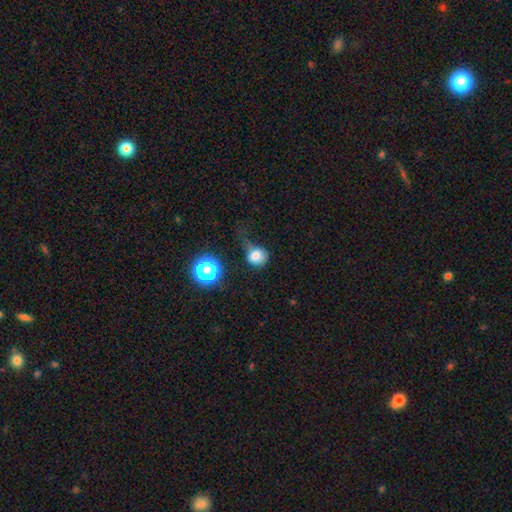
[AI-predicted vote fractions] Morphology: type=smooth (75%); roundness=round (68%); merging=major disturbance (39%).